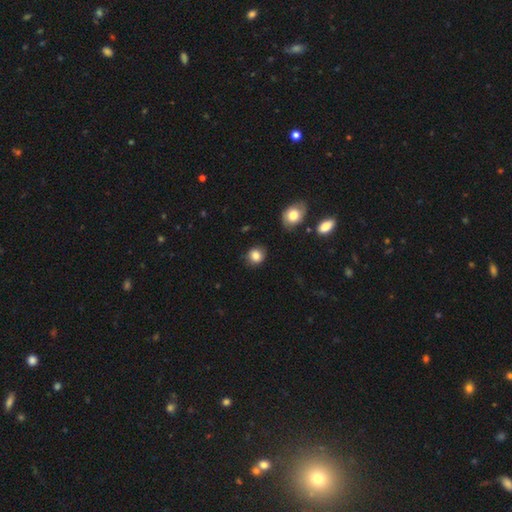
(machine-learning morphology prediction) smooth 84%, star or artifact 10%, featured or disk 6%. Down the decision tree: how rounded — round (82%); merging — none (84%).